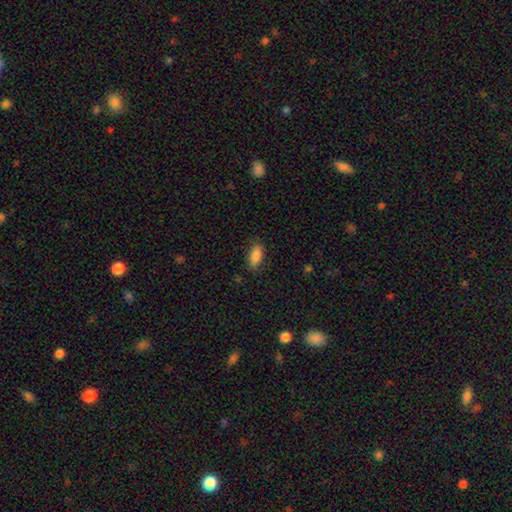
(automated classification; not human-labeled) Q: Smooth or featured?
A: smooth (87%); runner-up: star or artifact (7%)
Q: How rounded?
A: in between (84%); runner-up: cigar-shaped (13%)
Q: Merging?
A: none (85%); runner-up: minor disturbance (12%)